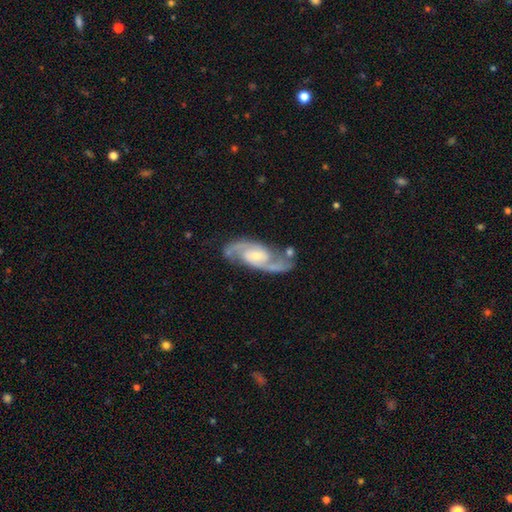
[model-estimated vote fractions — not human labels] A featured or disk galaxy (90%) with no bar (44%), 2 (93%) medium (58%) spiral arms (98%) and a small central bulge (54%).

Vote fractions:
- Smooth or featured? featured or disk: 90% / smooth: 5% / star or artifact: 5%
- Edge-on disk? no: 96% / yes: 4%
- Bar? no: 44% / weak: 42% / strong: 14%
- Spiral arms? yes: 98% / no: 2%
- Spiral winding? medium: 58% / tight: 23% / loose: 19%
- Spiral arm count? 2: 93% / can't tell: 3% / 3: 2% / 1: 1% / 4: 1% / more than 4: 1%
- Bulge size? small: 54% / moderate: 37% / none: 4% / large: 4% / dominant: 1%
- Merging? none: 76% / minor disturbance: 14% / major disturbance: 5% / merger: 5%